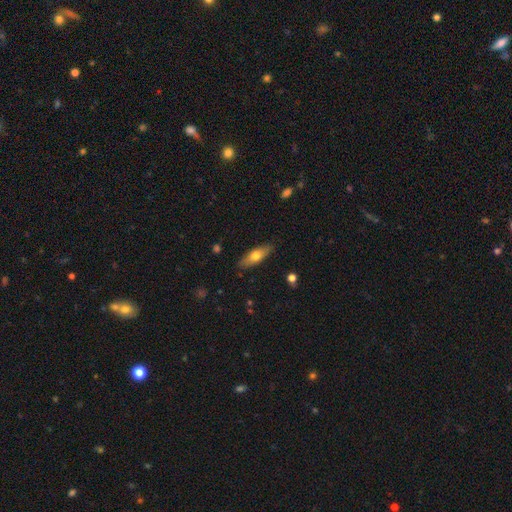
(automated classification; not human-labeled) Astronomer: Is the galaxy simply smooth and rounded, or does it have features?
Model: smooth — 62%.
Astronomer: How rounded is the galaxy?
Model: in between — 57% (runner-up: cigar-shaped, 40%).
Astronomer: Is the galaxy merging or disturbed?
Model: none — 86%.